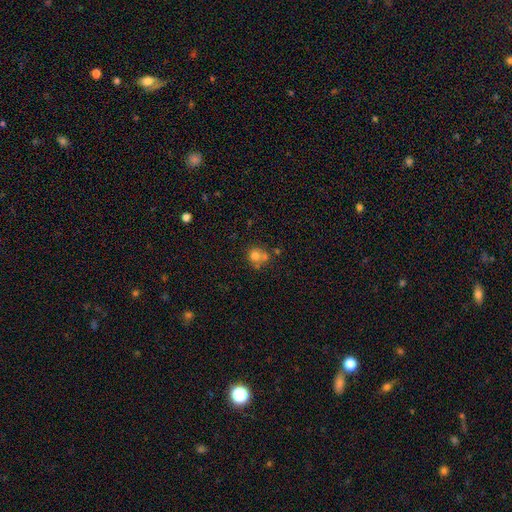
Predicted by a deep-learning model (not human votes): Smooth or featured: smooth — 73% (featured or disk — 14%)
How rounded: round — 81% (in between — 18%)
Merging: none — 43% (merger — 40%)